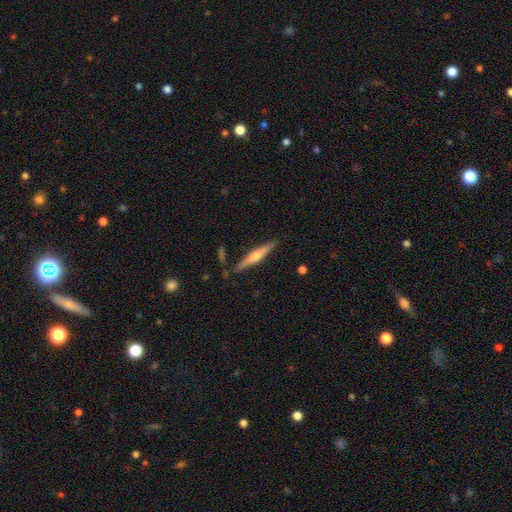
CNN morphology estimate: smooth-or-featured: featured or disk: 69% | smooth: 25% | star or artifact: 6%
  disk-edge-on: yes: 97% | no: 3%
    edge-on-bulge: rounded: 88% | none: 6% | boxy: 6%
  merging: none: 86% | minor disturbance: 9% | merger: 3% | major disturbance: 2%